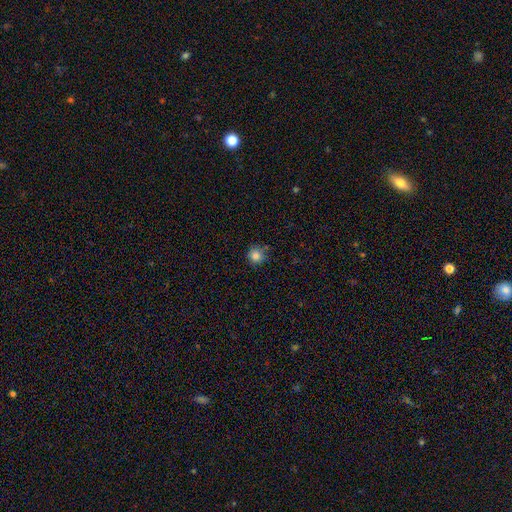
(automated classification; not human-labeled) This appears to be a smooth galaxy with no disk features (84%) that is round (94%). Merging: none (80%).